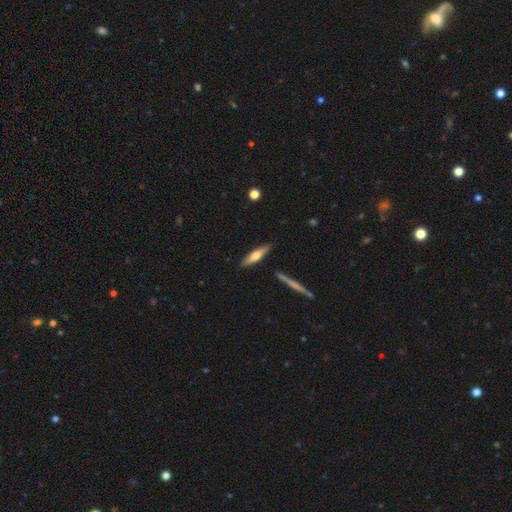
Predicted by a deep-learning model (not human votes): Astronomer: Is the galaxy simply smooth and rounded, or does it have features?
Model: smooth — 53% (runner-up: featured or disk, 42%).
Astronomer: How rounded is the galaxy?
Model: cigar-shaped — 75%.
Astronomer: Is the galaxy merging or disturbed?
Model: none — 84%.